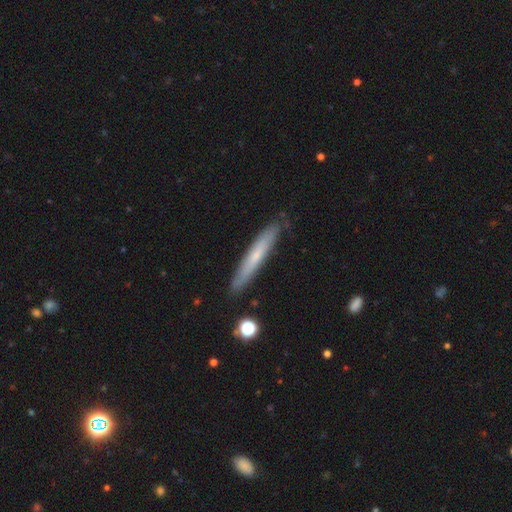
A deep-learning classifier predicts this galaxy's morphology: A smooth galaxy with no disk features (53%) that is cigar-shaped (94%).

Vote fractions:
- Smooth or featured? smooth: 53% / featured or disk: 41% / star or artifact: 6%
- How rounded? cigar-shaped: 94% / in between: 5% / round: 1%
- Merging? none: 84% / minor disturbance: 12% / major disturbance: 2% / merger: 2%